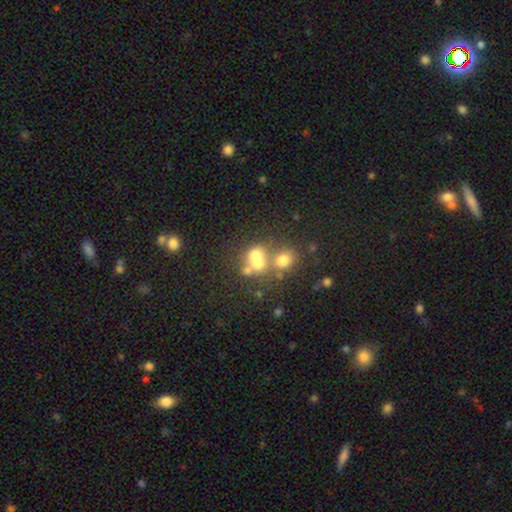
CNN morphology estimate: type=smooth (58%); roundness=round (62%); merging=merger (56%).